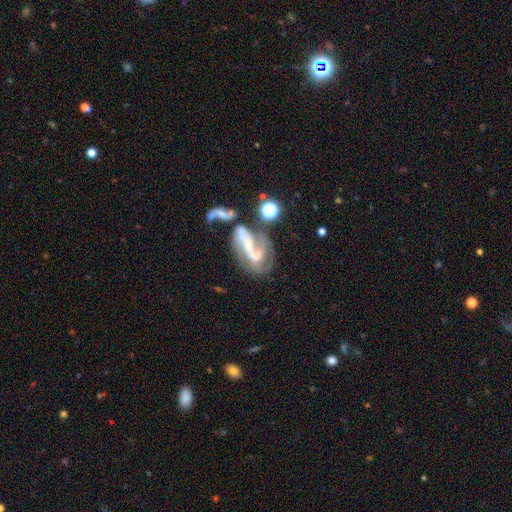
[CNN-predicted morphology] Smooth or featured? featured or disk (68%)
Edge-on disk? no (95%)
Bar? no (46%)
Spiral arms? yes (66%)
Bulge size? none (36%)
Merging? merger (41%)